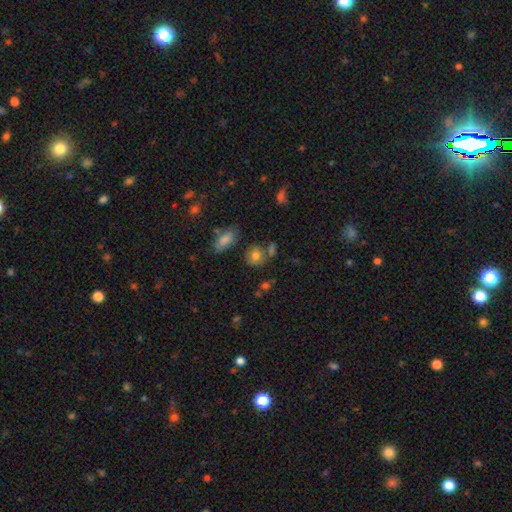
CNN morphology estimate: smooth-or-featured: smooth: 73% | featured or disk: 16% | star or artifact: 11%
  how-rounded: round: 68% | in between: 30% | cigar-shaped: 2%
  merging: none: 61% | merger: 17% | minor disturbance: 16% | major disturbance: 6%